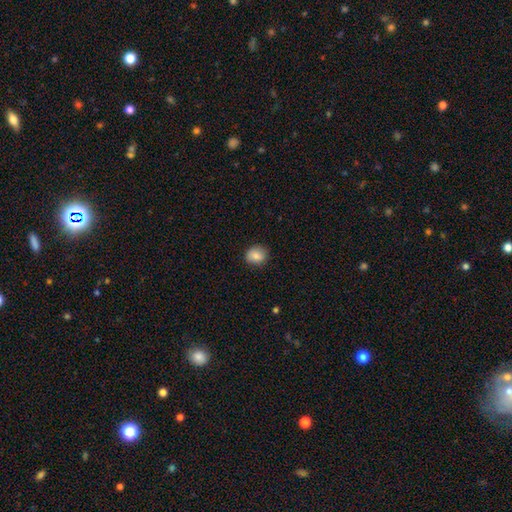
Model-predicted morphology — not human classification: Overall: smooth (85%). How rounded: round (65%; in between 34%). Merging: none (86%).